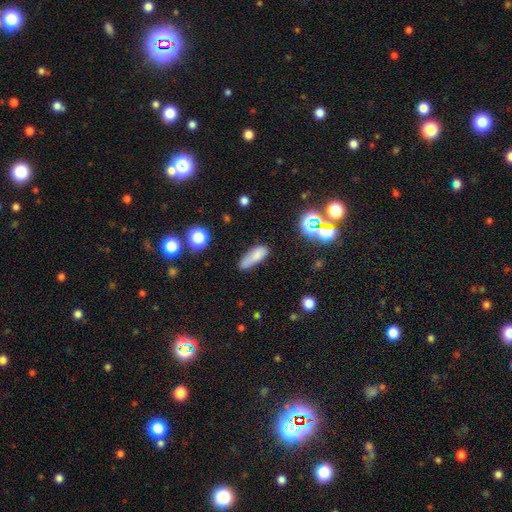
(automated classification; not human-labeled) This appears to be a smooth galaxy with no disk features (75%) that is in between round and cigar-shaped (58%). Merging: none (47%).